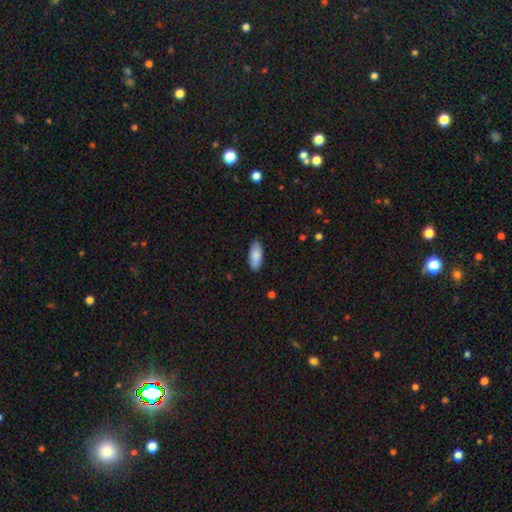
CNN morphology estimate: smooth 86%, featured or disk 8%, star or artifact 6%. Down the decision tree: how rounded — in between (83%); merging — none (84%).